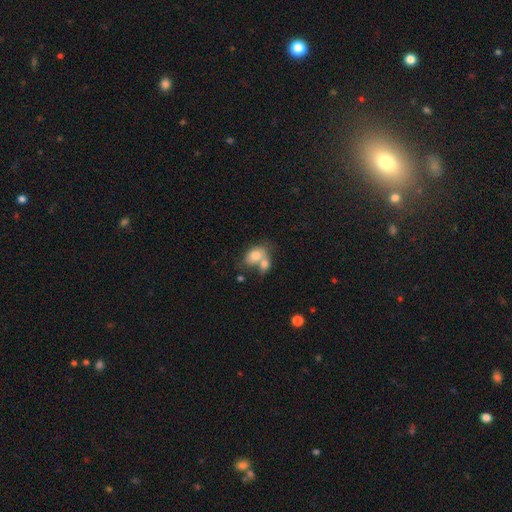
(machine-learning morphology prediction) A smooth galaxy with no disk features (77%) that is in between round and cigar-shaped (78%). Merging: merger (60%).